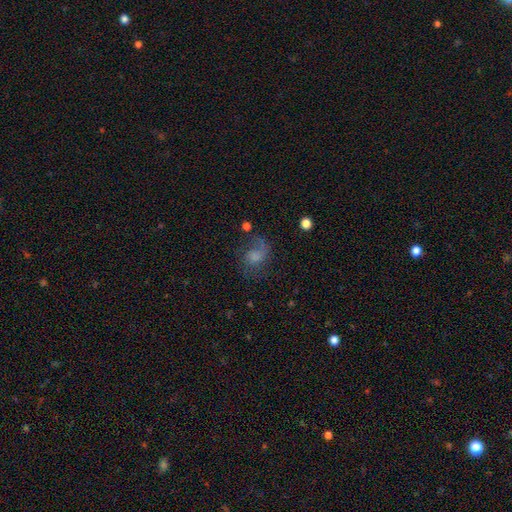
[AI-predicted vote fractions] smooth_or_featured: featured or disk (p=0.48) [alt: smooth p=0.38]
merging: none (p=0.48) [alt: major disturbance p=0.27]